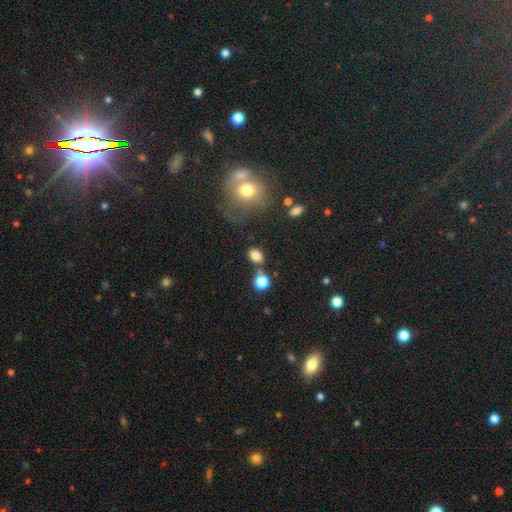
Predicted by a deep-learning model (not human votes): Smooth or featured: smooth — 79% (star or artifact — 13%)
How rounded: in between — 56% (round — 42%)
Merging: none — 64% (merger — 18%)